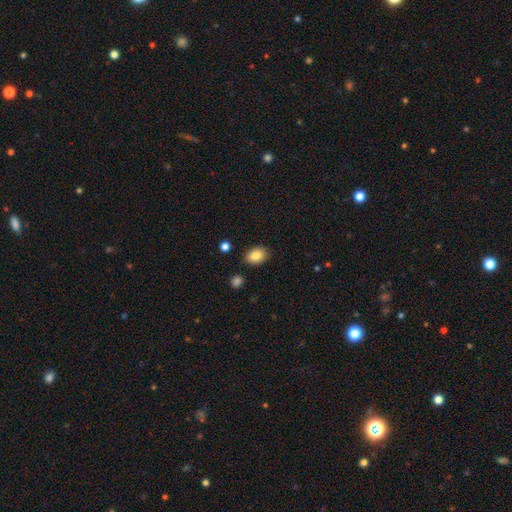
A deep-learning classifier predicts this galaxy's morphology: Q: Smooth or featured?
A: smooth (85%); runner-up: star or artifact (8%)
Q: How rounded?
A: in between (77%); runner-up: round (22%)
Q: Merging?
A: none (85%); runner-up: minor disturbance (10%)